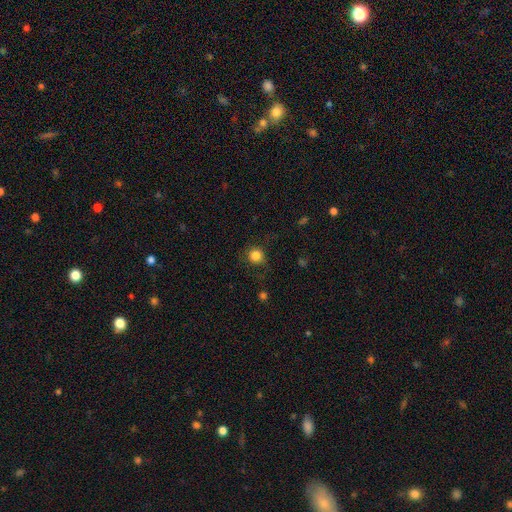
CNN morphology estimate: Smooth or featured? Predicted: smooth (p=0.83). How rounded? Predicted: round (p=0.92). Merging? Predicted: none (p=0.80).